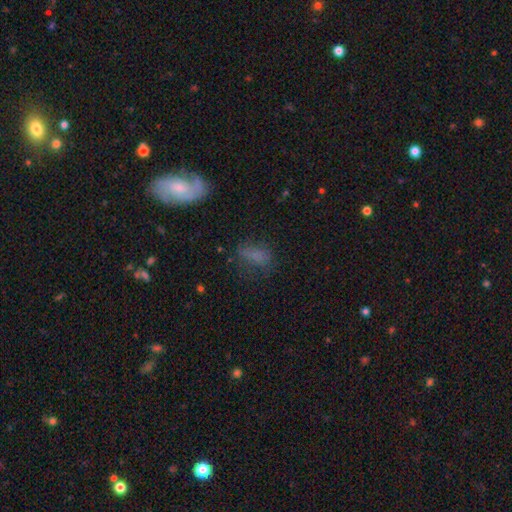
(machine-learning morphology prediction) type=smooth (67%); roundness=in between (74%); merging=none (56%).